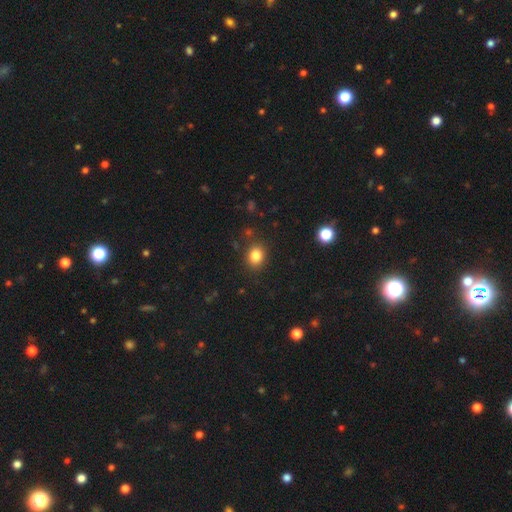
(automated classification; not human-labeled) Smooth or featured?
  - smooth: 83% *
  - star or artifact: 11%
  - featured or disk: 5%
How rounded?
  - round: 57% *
  - in between: 42%
  - cigar-shaped: 1%
Merging?
  - none: 86% *
  - minor disturbance: 9%
  - major disturbance: 3%
  - merger: 2%